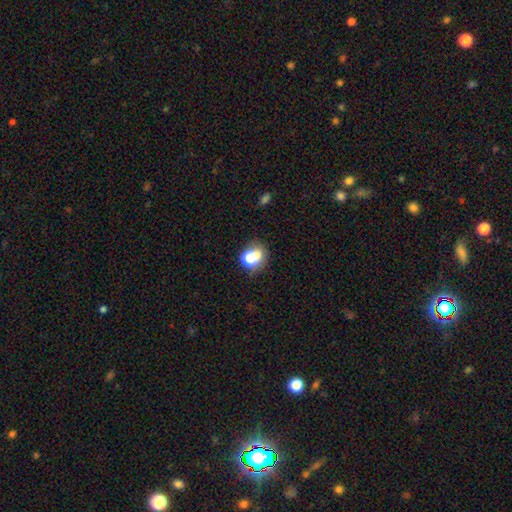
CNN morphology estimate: Smooth or featured: smooth — 67% (featured or disk — 19%)
How rounded: round — 60% (in between — 39%)
Merging: merger — 42% (none — 37%)